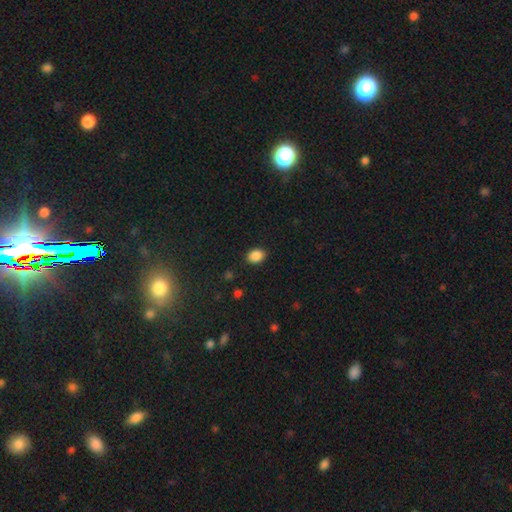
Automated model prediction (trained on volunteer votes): Smooth or featured: smooth — 88% (star or artifact — 9%)
How rounded: in between — 62% (round — 37%)
Merging: none — 88% (minor disturbance — 9%)